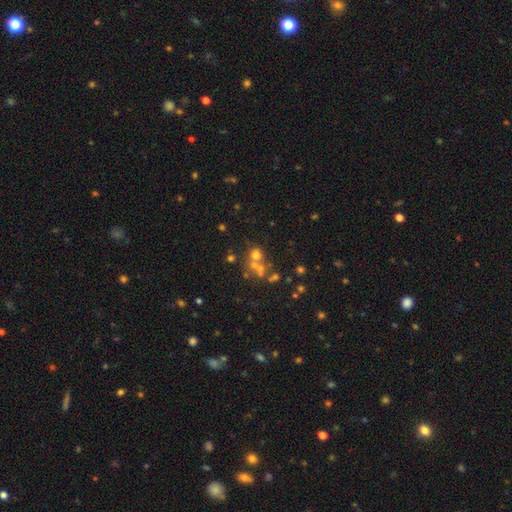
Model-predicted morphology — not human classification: Smooth or featured: smooth — 40% (tied with star or artifact — 40%)
Merging: none — 49% (merger — 34%)